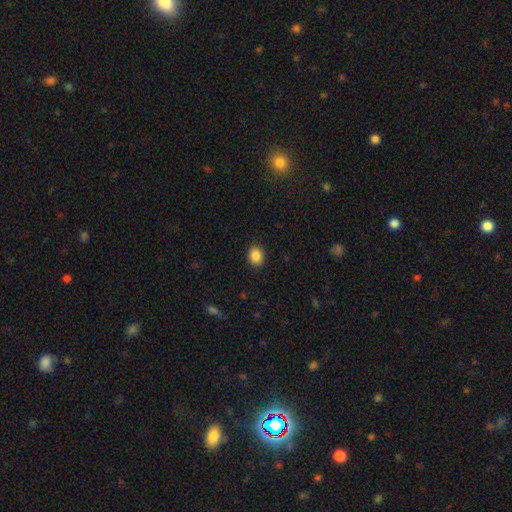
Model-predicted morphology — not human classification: Q: Smooth or featured?
A: smooth (88%); runner-up: star or artifact (9%)
Q: How rounded?
A: round (53%); runner-up: in between (47%)
Q: Merging?
A: none (90%); runner-up: minor disturbance (7%)